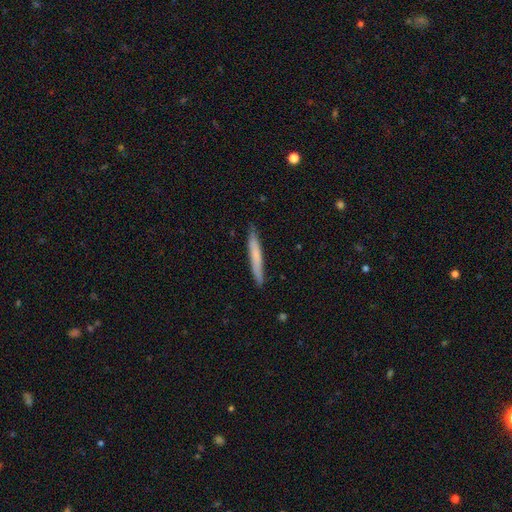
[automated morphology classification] This is likely a smooth galaxy (66%). How rounded: clearly cigar-shaped (96%). Merging: clearly none (88%).